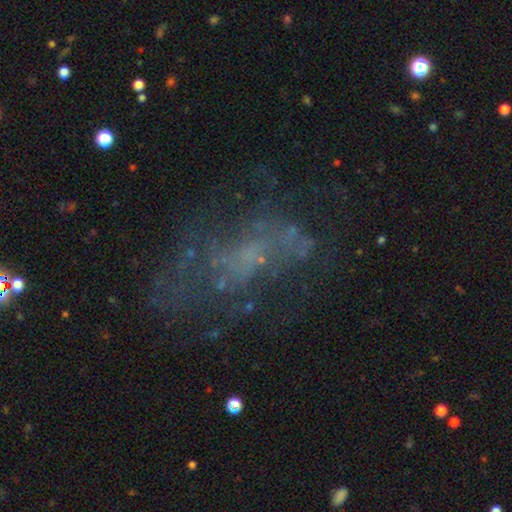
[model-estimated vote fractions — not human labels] Smooth or featured?
  - featured or disk: 56% *
  - star or artifact: 23%
  - smooth: 22%
Edge-on disk?
  - no: 95% *
  - yes: 5%
Bar?
  - no: 84% *
  - weak: 13%
  - strong: 3%
Spiral arms?
  - no: 78% *
  - yes: 22%
Bulge size?
  - none: 68% *
  - small: 22%
  - moderate: 7%
  - large: 2%
  - dominant: 1%
Merging?
  - none: 48% *
  - major disturbance: 30%
  - minor disturbance: 17%
  - merger: 5%